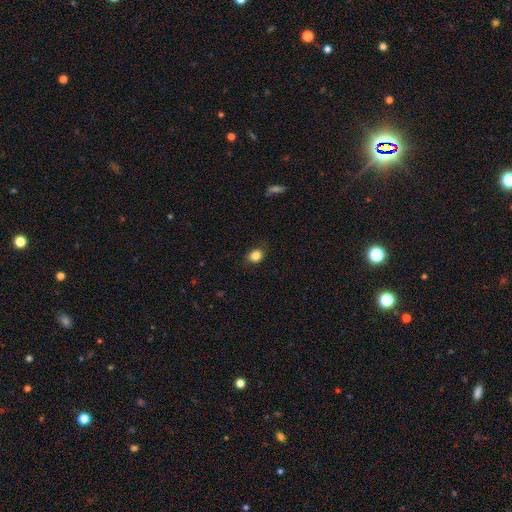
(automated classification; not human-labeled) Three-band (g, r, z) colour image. It shows a smooth galaxy with no disk features (84%) that is round (53%). Merging: none (78%).